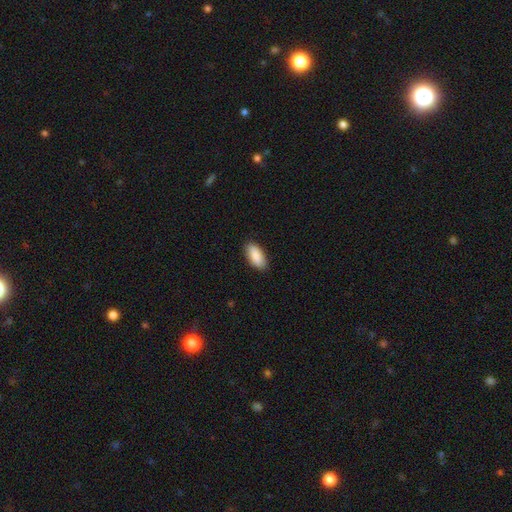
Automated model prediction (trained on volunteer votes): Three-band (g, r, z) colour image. It shows a smooth galaxy with no disk features (90%) that is in between round and cigar-shaped (91%). Merging: none (88%).